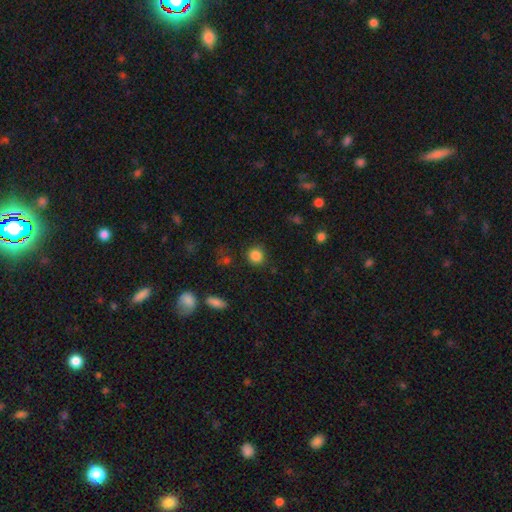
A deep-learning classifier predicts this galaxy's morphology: A smooth galaxy with no disk features (85%) that is round (89%). Merging: none (86%).